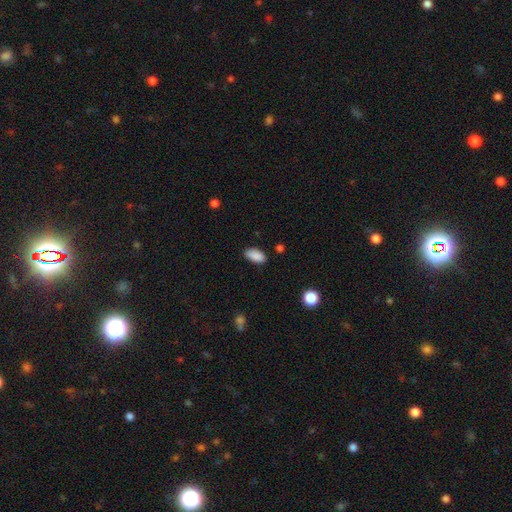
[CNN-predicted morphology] A smooth galaxy with no disk features (89%) that is in between round and cigar-shaped (93%).

Vote fractions:
- Smooth or featured? smooth: 89% / star or artifact: 8% / featured or disk: 3%
- How rounded? in between: 93% / cigar-shaped: 4% / round: 3%
- Merging? none: 84% / minor disturbance: 12% / major disturbance: 2% / merger: 1%